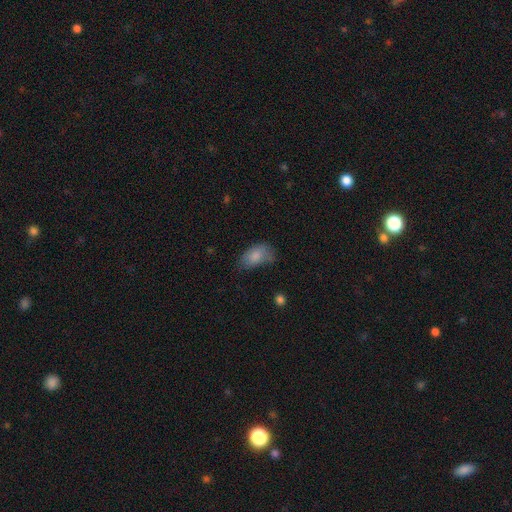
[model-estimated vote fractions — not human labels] Smooth or featured: smooth — 81% (featured or disk — 11%)
How rounded: in between — 92% (round — 6%)
Merging: none — 47% (minor disturbance — 35%)